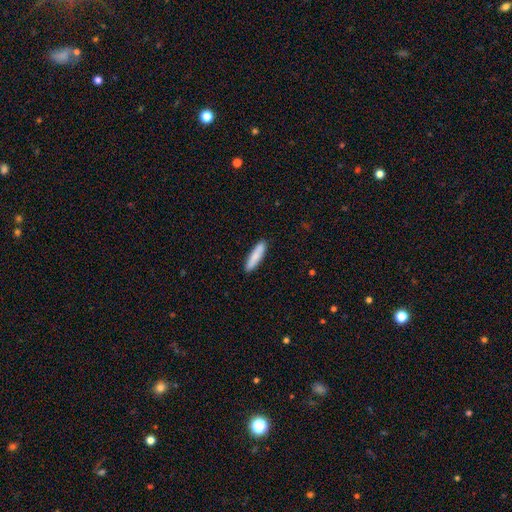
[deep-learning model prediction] The model was most divided on "how rounded": cigar-shaped: 79%, in between: 19%, round: 1%. More confident: merging — none (90%); smooth or featured — smooth (84%).